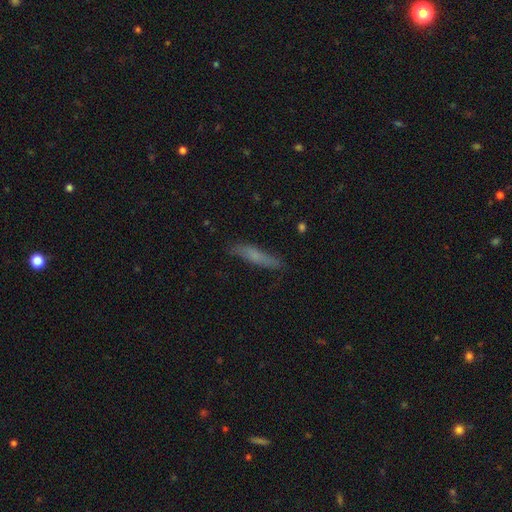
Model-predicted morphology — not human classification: type=smooth (62%); roundness=cigar-shaped (87%); merging=none (80%).